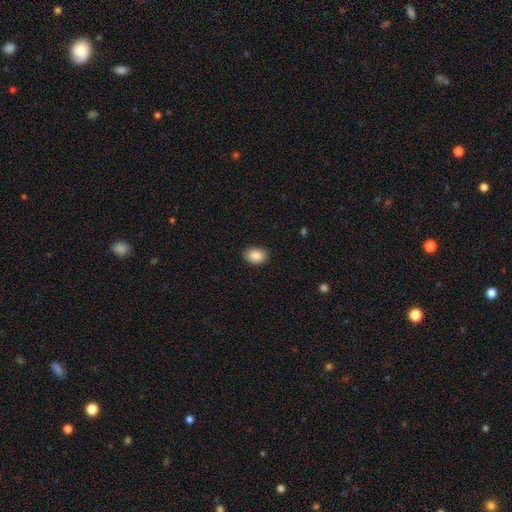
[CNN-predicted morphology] smooth-or-featured: smooth: 88% | star or artifact: 8% | featured or disk: 4%
  how-rounded: in between: 76% | round: 23% | cigar-shaped: 1%
  merging: none: 89% | minor disturbance: 8% | major disturbance: 2% | merger: 1%